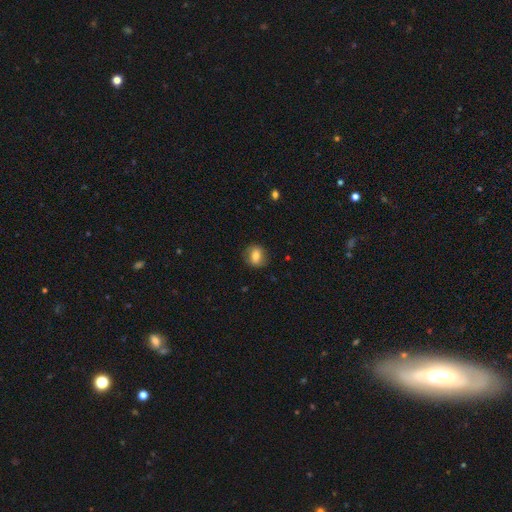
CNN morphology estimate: A smooth galaxy with no disk features (74%) that is round (55%). Merging: none (82%).